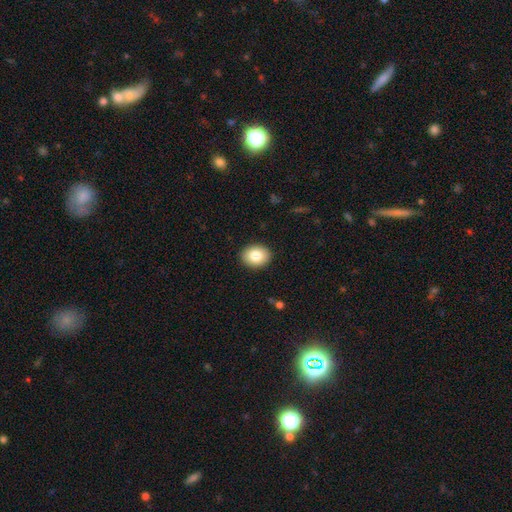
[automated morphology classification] Smooth or featured?
  - smooth: 84% *
  - featured or disk: 8%
  - star or artifact: 8%
How rounded?
  - in between: 50% *
  - round: 49%
  - cigar-shaped: 1%
Merging?
  - none: 91% *
  - minor disturbance: 7%
  - major disturbance: 2%
  - merger: 1%